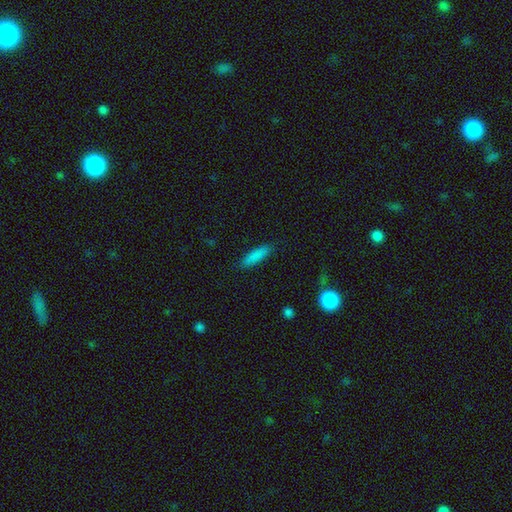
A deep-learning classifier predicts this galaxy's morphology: smooth_or_featured: smooth (p=0.86) [alt: star or artifact p=0.07]
how_rounded: cigar-shaped (p=0.70) [alt: in between p=0.29]
merging: none (p=0.88) [alt: minor disturbance p=0.09]